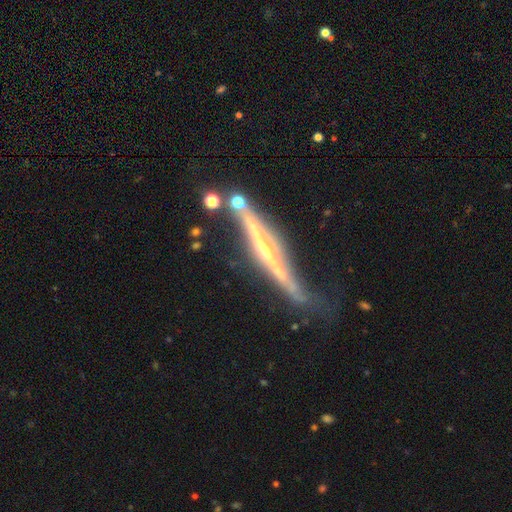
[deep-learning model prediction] A featured or disk galaxy (83%) viewed edge-on (94%) with a rounded central bulge (65%).

Vote fractions:
- Smooth or featured? featured or disk: 83% / smooth: 11% / star or artifact: 6%
- Edge-on disk? yes: 94% / no: 6%
- Edge-on bulge? rounded: 65% / none: 27% / boxy: 7%
- Merging? none: 53% / minor disturbance: 27% / major disturbance: 10% / merger: 10%